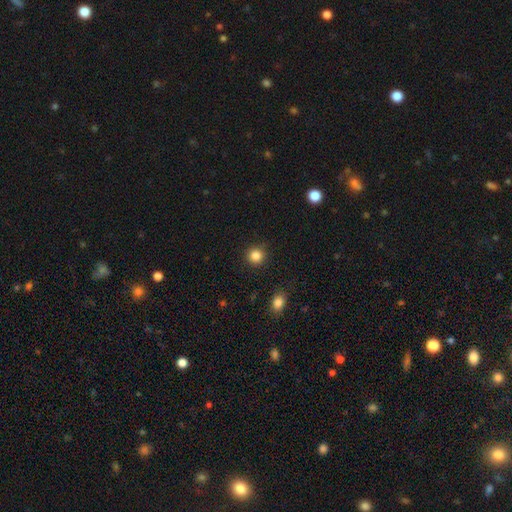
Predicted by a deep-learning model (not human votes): smooth_or_featured: smooth (p=0.85) [alt: star or artifact p=0.11]
how_rounded: round (p=0.93) [alt: in between p=0.06]
merging: none (p=0.91) [alt: minor disturbance p=0.06]